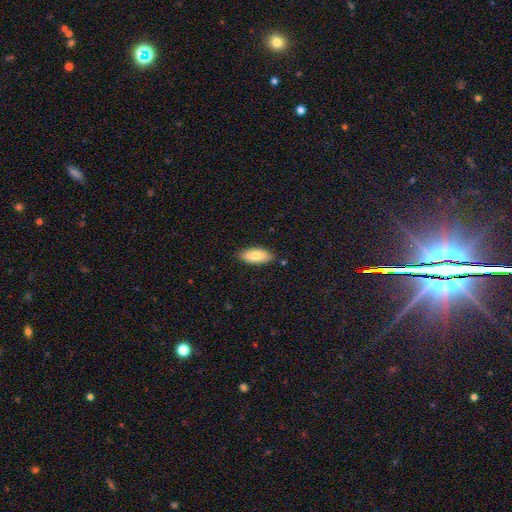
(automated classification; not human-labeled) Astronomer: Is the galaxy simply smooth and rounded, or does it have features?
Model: smooth — 80%.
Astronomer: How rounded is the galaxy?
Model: in between — 82%.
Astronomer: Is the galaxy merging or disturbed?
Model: none — 85%.